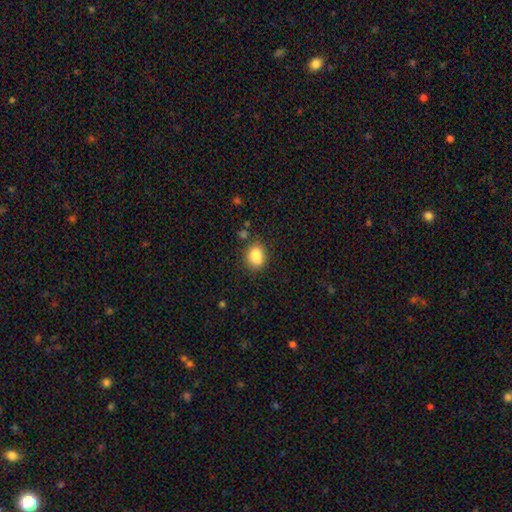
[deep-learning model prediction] Overall: smooth (84%). How rounded: round (50%; in between 49%). Merging: none (74%).